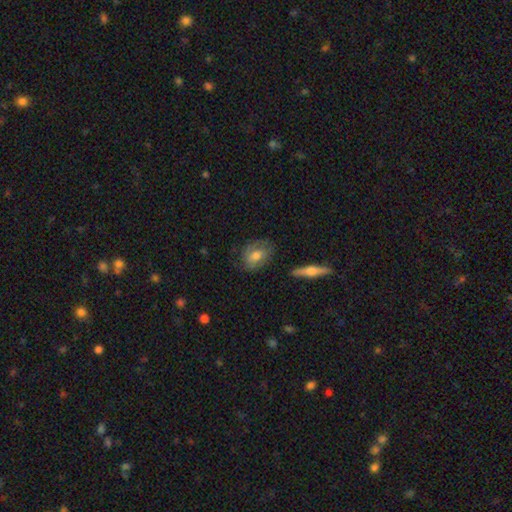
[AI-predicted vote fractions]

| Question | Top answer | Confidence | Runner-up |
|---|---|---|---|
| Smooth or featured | smooth | 64% | featured or disk (29%) |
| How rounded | in between | 65% | round (32%) |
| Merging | none | 70% | minor disturbance (21%) |